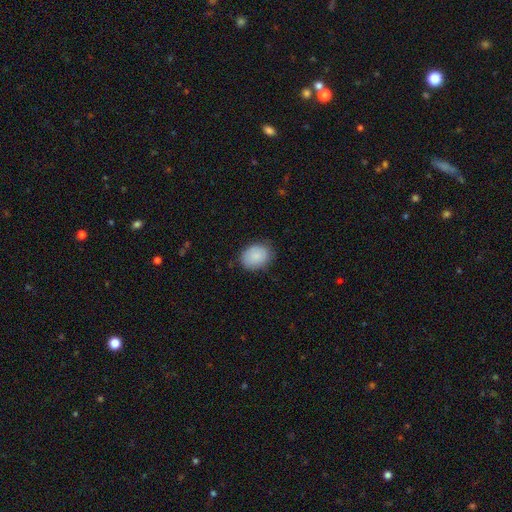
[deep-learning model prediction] smooth-or-featured: smooth: 87% | star or artifact: 7% | featured or disk: 6%
  how-rounded: in between: 56% | round: 43% | cigar-shaped: 1%
  merging: none: 80% | minor disturbance: 16% | major disturbance: 4% | merger: 1%